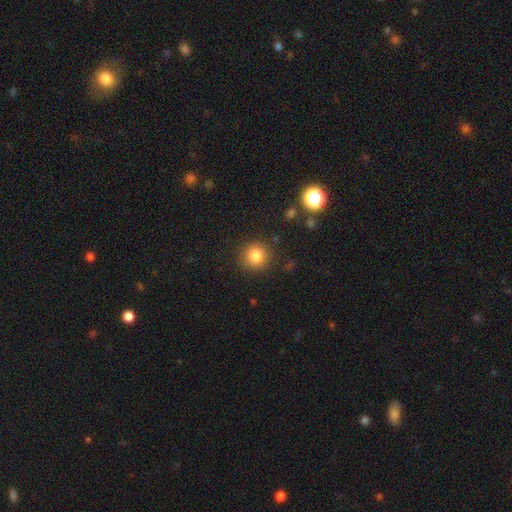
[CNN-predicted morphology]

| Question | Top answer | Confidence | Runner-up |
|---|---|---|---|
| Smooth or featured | smooth | 84% | star or artifact (11%) |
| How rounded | round | 91% | in between (8%) |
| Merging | none | 87% | minor disturbance (8%) |